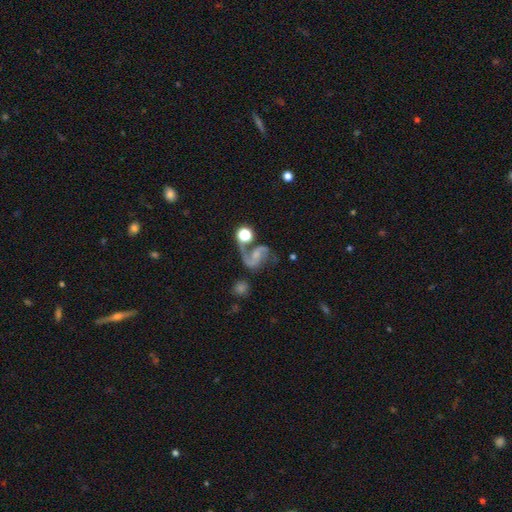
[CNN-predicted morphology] featured or disk 83%, smooth 9%, star or artifact 8%. Down the decision tree: edge-on disk — no (98%); bar — no (41%, tied with weak); spiral arms — yes (95%); spiral arm count — 2 (82%); spiral winding — loose (53%); bulge size — small (51%); merging — none (49%).